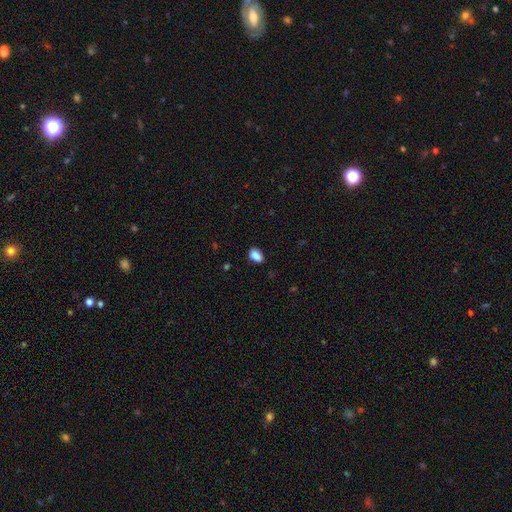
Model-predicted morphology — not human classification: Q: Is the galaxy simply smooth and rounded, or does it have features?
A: smooth — 88%.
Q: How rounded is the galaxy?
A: in between — 87%.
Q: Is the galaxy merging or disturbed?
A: none — 86%.